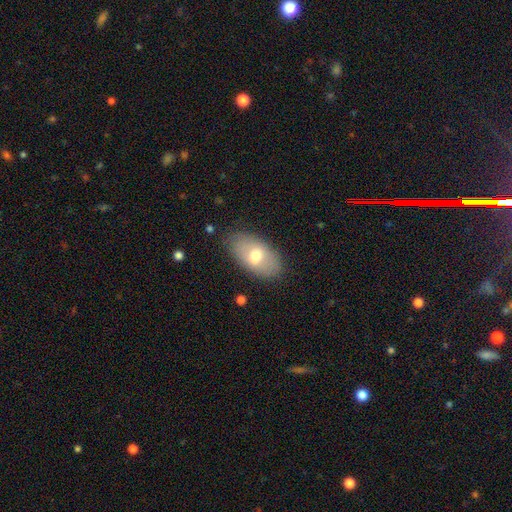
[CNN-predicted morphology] This appears to be a smooth galaxy with no disk features (64%) that is in between round and cigar-shaped (93%). Merging: none (80%).